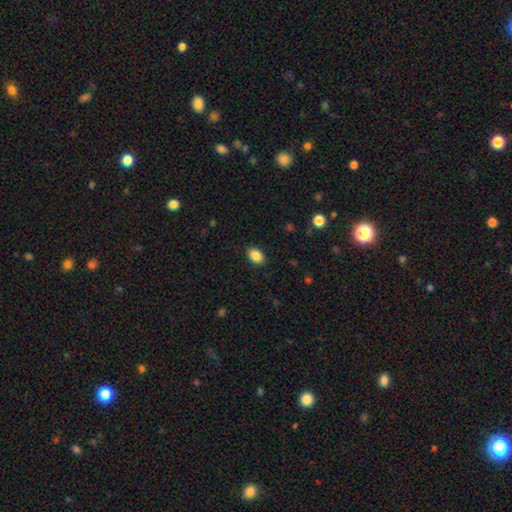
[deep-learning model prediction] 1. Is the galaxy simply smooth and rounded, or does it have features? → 88% smooth, 8% star or artifact, 4% featured or disk.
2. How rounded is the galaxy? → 87% in between, 11% round, 1% cigar-shaped.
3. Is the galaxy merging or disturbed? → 88% none, 9% minor disturbance, 2% major disturbance, 1% merger.